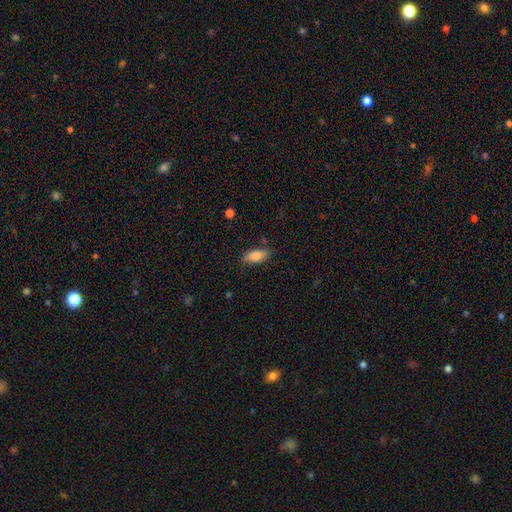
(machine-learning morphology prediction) Q: Smooth or featured?
A: smooth (81%); runner-up: featured or disk (11%)
Q: How rounded?
A: in between (82%); runner-up: cigar-shaped (16%)
Q: Merging?
A: none (79%); runner-up: minor disturbance (15%)